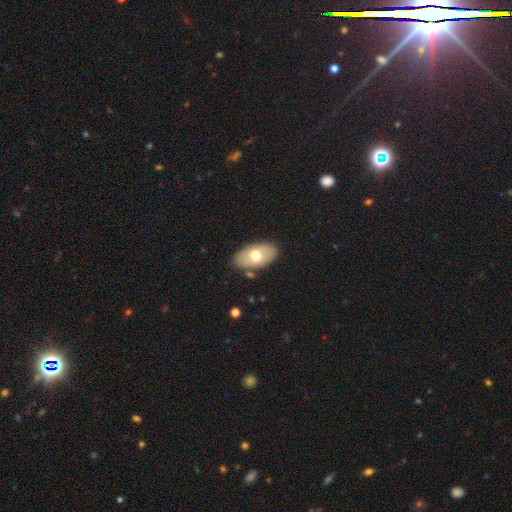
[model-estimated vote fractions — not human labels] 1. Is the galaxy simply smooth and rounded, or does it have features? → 62% smooth, 32% featured or disk, 6% star or artifact.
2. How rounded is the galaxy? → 93% in between, 5% round, 2% cigar-shaped.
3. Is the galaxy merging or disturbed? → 83% none, 11% minor disturbance, 3% merger, 3% major disturbance.